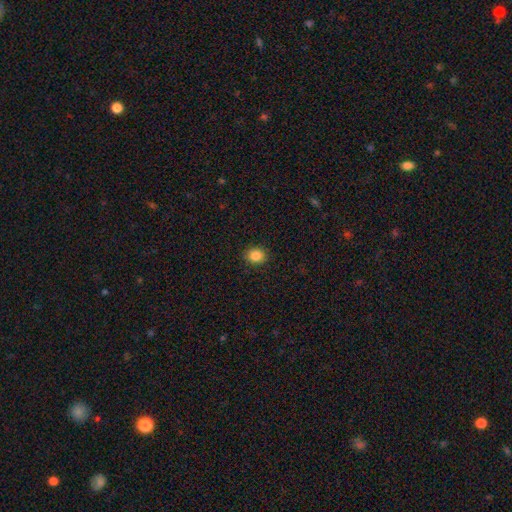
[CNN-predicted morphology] type=smooth (87%); roundness=round (66%); merging=none (90%).